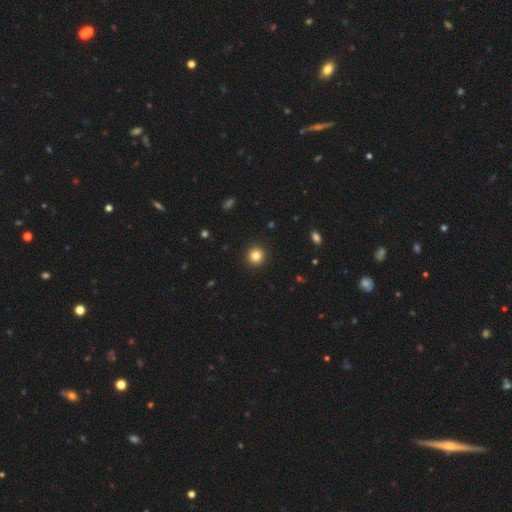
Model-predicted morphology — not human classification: Overall: smooth (83%). How rounded: round (95%). Merging: none (93%).